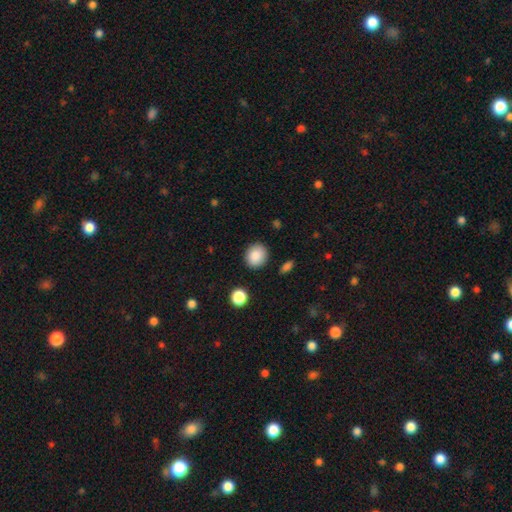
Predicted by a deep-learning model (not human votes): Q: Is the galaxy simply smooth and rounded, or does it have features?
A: smooth — 87%.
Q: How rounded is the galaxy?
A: round — 76%.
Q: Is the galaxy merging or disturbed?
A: none — 87%.